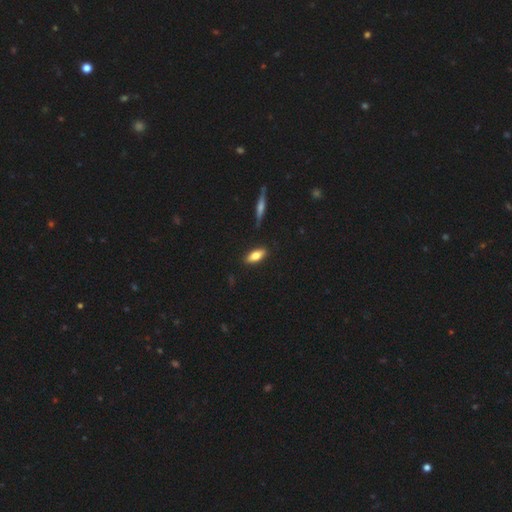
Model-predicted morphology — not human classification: The model was most divided on "smooth or featured": smooth: 75%, featured or disk: 19%, star or artifact: 7%. More confident: merging — none (88%); how rounded — in between (77%).